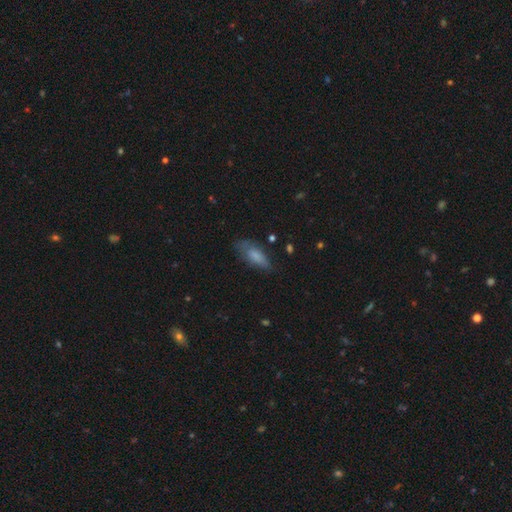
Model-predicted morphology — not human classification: smooth_or_featured: smooth (p=0.75) [alt: featured or disk p=0.17]
how_rounded: in between (p=0.76) [alt: cigar-shaped p=0.22]
merging: none (p=0.58) [alt: minor disturbance p=0.29]